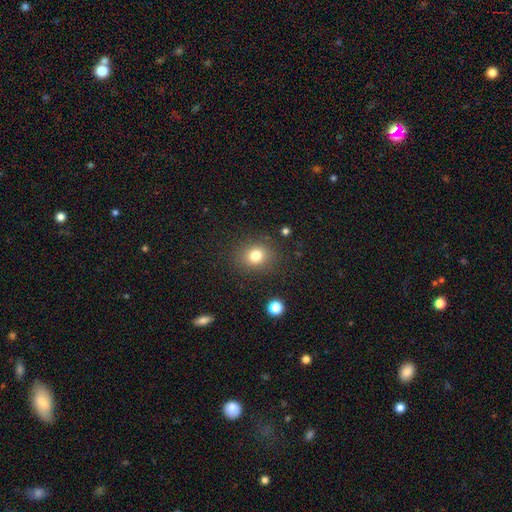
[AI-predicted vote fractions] Overall: smooth (79%). How rounded: round (69%; in between 30%). Merging: none (85%).